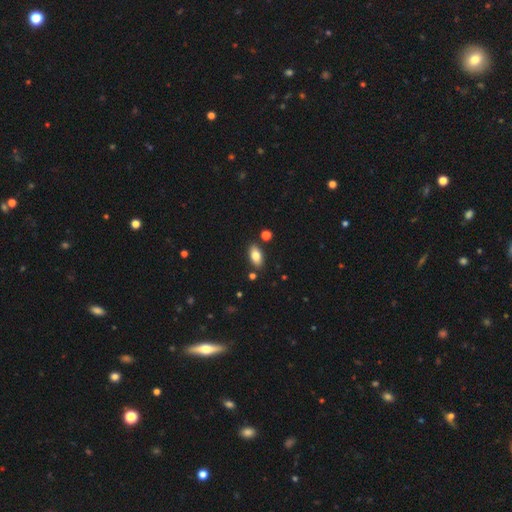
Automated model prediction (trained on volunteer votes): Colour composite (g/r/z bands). It shows a smooth galaxy with no disk features (80%) that is in between round and cigar-shaped (90%). Merging: none (85%).